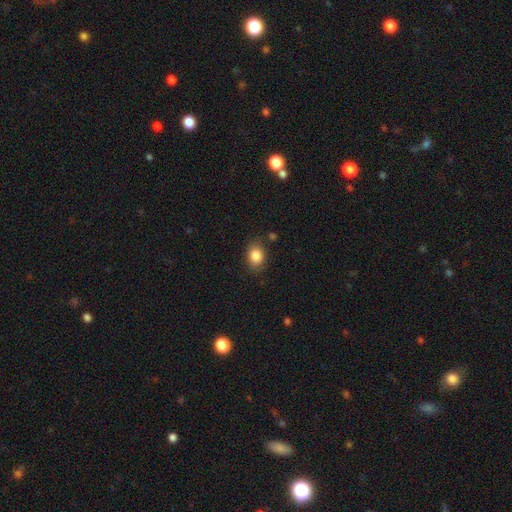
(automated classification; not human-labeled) The model was most divided on "how rounded": in between: 65%, round: 34%, cigar-shaped: 1%. More confident: smooth or featured — smooth (85%); merging — none (80%).